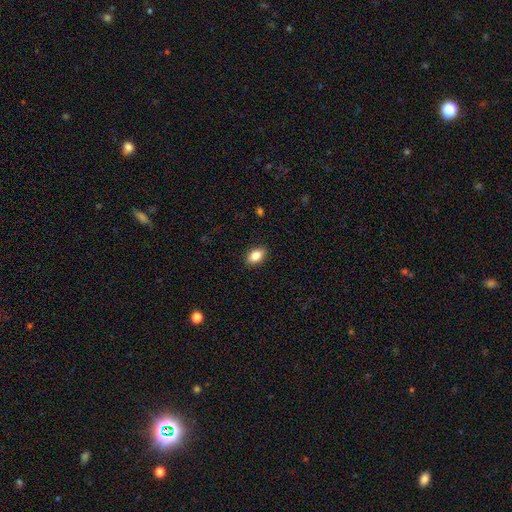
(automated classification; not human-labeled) A smooth galaxy with no disk features (85%) that is in between round and cigar-shaped (88%).

Vote fractions:
- Smooth or featured? smooth: 85% / star or artifact: 8% / featured or disk: 8%
- How rounded? in between: 88% / round: 9% / cigar-shaped: 3%
- Merging? none: 89% / minor disturbance: 8% / major disturbance: 2% / merger: 1%